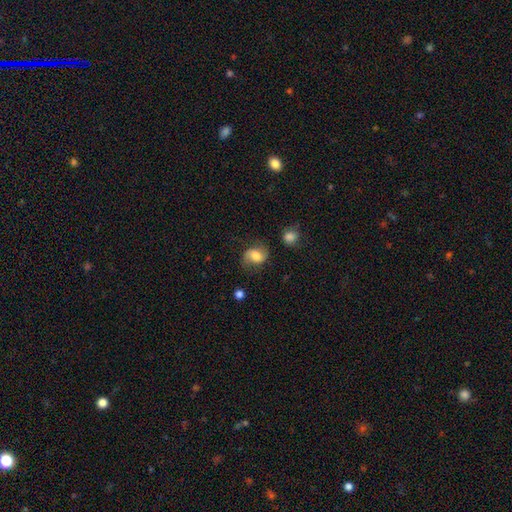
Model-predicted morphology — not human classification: smooth-or-featured: featured or disk: 46% | smooth: 44% | star or artifact: 9%
  merging: none: 70% | minor disturbance: 20% | major disturbance: 8% | merger: 3%